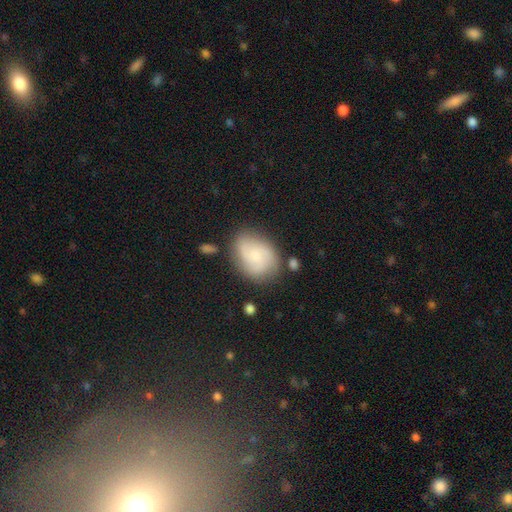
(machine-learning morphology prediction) type=featured or disk (46%); merging=none (69%).